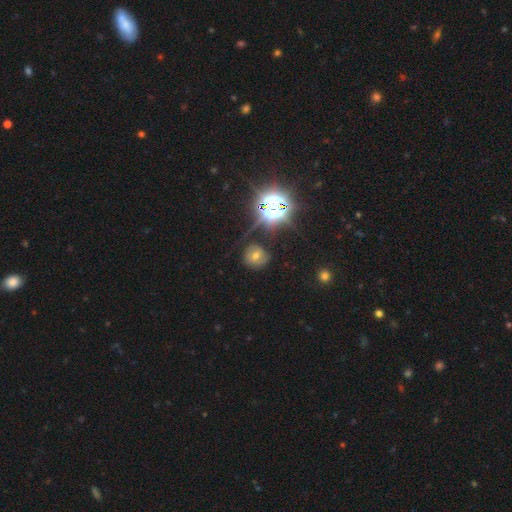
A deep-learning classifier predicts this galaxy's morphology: Smooth or featured: star or artifact — 39% (smooth — 36%)